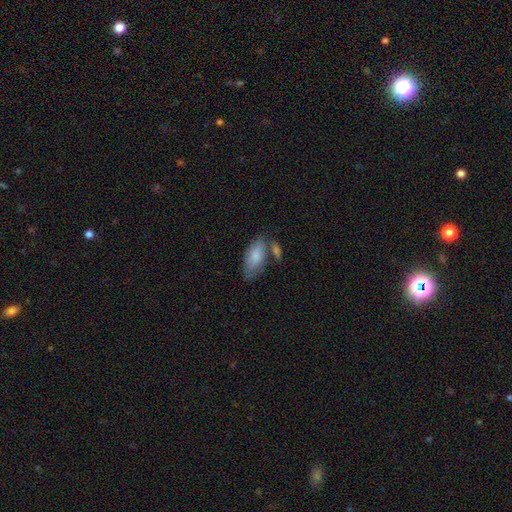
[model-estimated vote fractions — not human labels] Smooth or featured?
  - smooth: 80% *
  - featured or disk: 14%
  - star or artifact: 6%
How rounded?
  - in between: 90% *
  - cigar-shaped: 8%
  - round: 2%
Merging?
  - none: 50% *
  - merger: 21%
  - minor disturbance: 21%
  - major disturbance: 7%